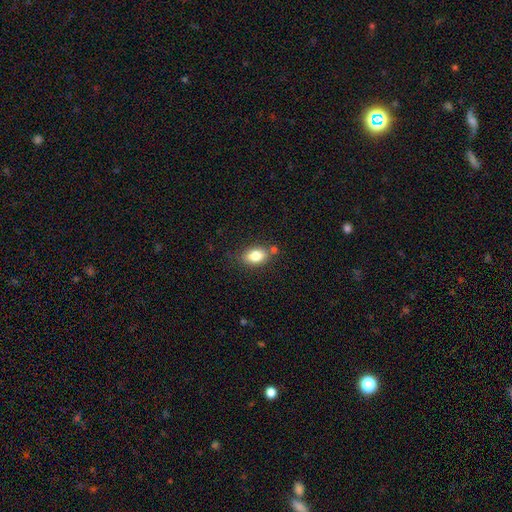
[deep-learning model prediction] Smooth or featured? smooth (80%)
How rounded? in between (84%)
Merging? none (74%)